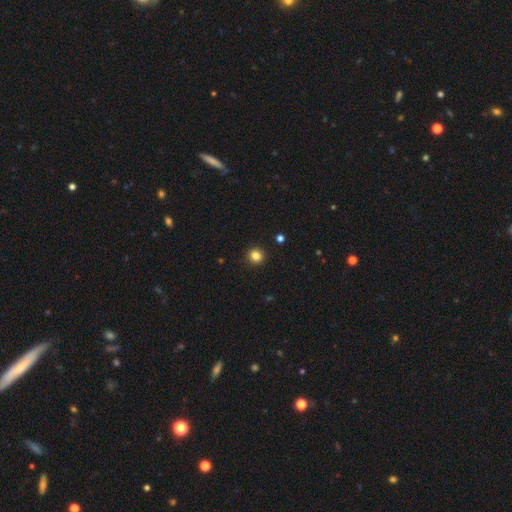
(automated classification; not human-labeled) Smooth or featured: smooth — 84% (star or artifact — 12%)
How rounded: round — 92% (in between — 7%)
Merging: none — 93% (minor disturbance — 5%)